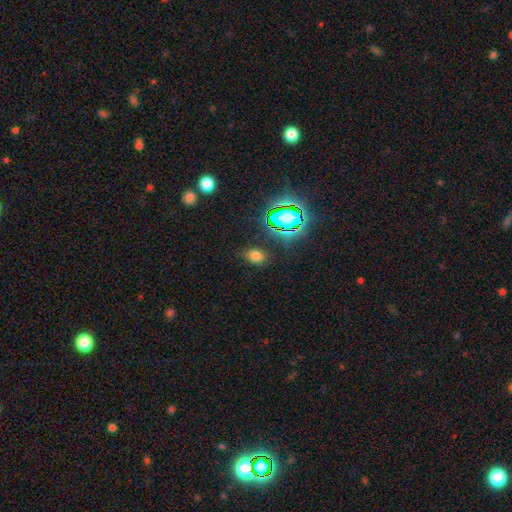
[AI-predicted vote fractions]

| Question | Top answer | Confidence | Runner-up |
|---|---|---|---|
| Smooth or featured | smooth | 68% | star or artifact (25%) |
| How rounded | in between | 67% | round (31%) |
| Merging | none | 83% | minor disturbance (11%) |